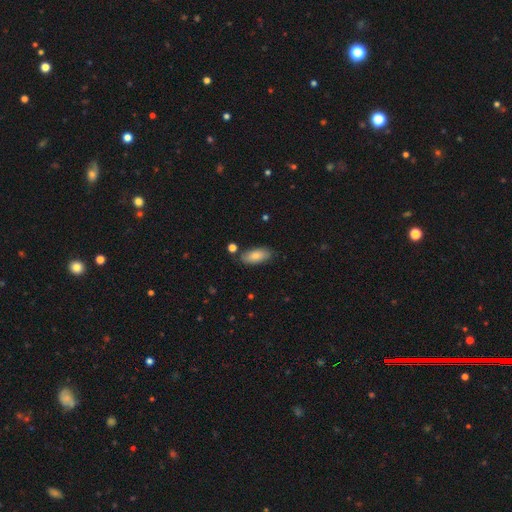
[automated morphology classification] A smooth galaxy with no disk features (80%) that is in between round and cigar-shaped (88%). Merging: none (79%).